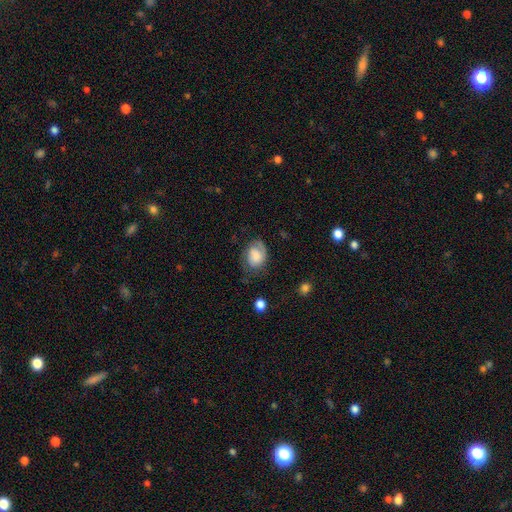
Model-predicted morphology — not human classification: Smooth or featured?
  - smooth: 65% *
  - featured or disk: 27%
  - star or artifact: 8%
How rounded?
  - in between: 69% *
  - round: 30%
  - cigar-shaped: 1%
Merging?
  - none: 52% *
  - minor disturbance: 29%
  - major disturbance: 17%
  - merger: 2%